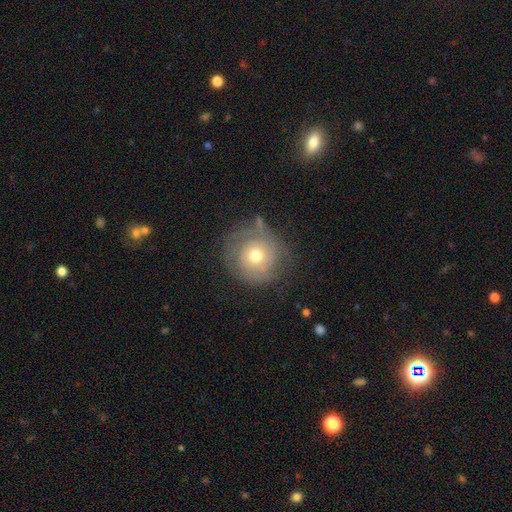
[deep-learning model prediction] A featured or disk galaxy (47%).

Vote fractions:
- Smooth or featured? featured or disk: 47% / smooth: 44% / star or artifact: 9%
- Merging? none: 64% / minor disturbance: 21% / major disturbance: 12% / merger: 3%